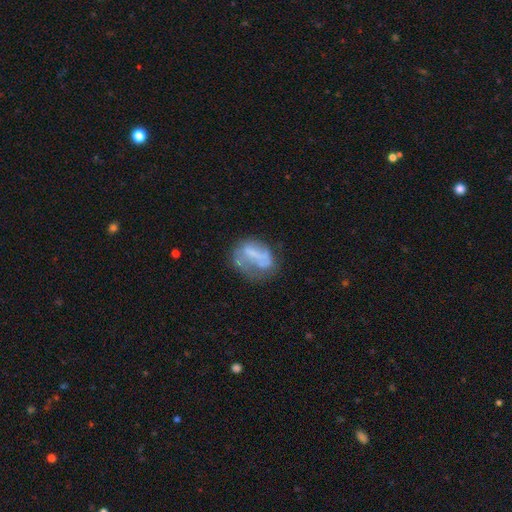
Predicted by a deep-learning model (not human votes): Smooth or featured? Predicted: featured or disk (p=0.52). Edge-on disk? Predicted: no (p=0.97). Bar? Predicted: no (p=0.53). Spiral arms? Predicted: no (p=0.66). Bulge size? Predicted: none (p=0.62). Merging? Predicted: none (p=0.38).